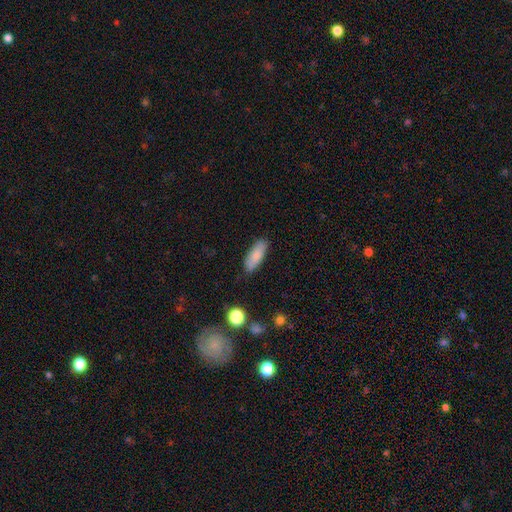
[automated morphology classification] smooth 82%, featured or disk 11%, star or artifact 7%. Down the decision tree: how rounded — in between (65%); merging — none (81%).